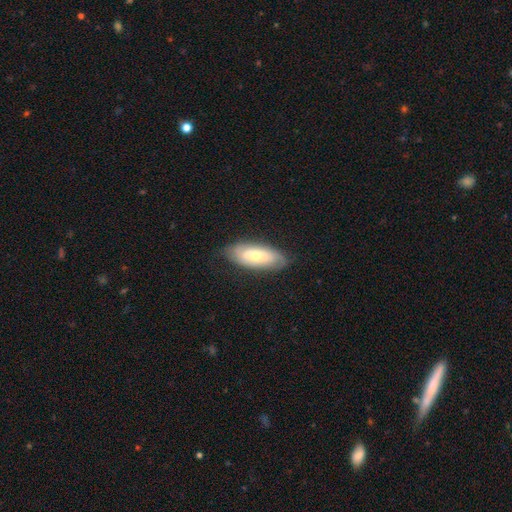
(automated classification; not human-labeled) The model was most divided on "smooth or featured" (2-way tie): featured or disk: 47%, smooth: 47%, star or artifact: 6%. More confident: merging — none (75%).